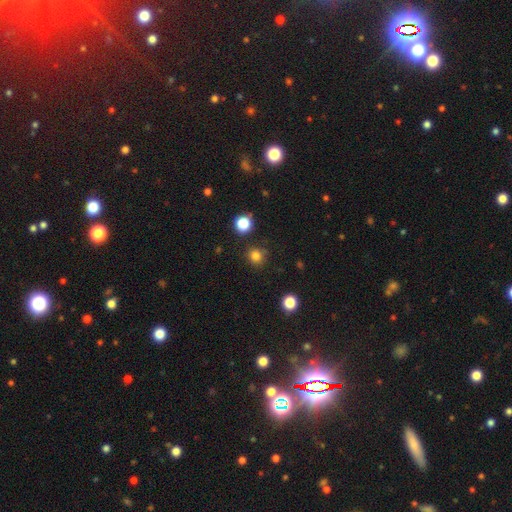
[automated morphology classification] smooth_or_featured: smooth (p=0.81) [alt: star or artifact p=0.15]
how_rounded: round (p=0.91) [alt: in between p=0.08]
merging: none (p=0.86) [alt: minor disturbance p=0.09]